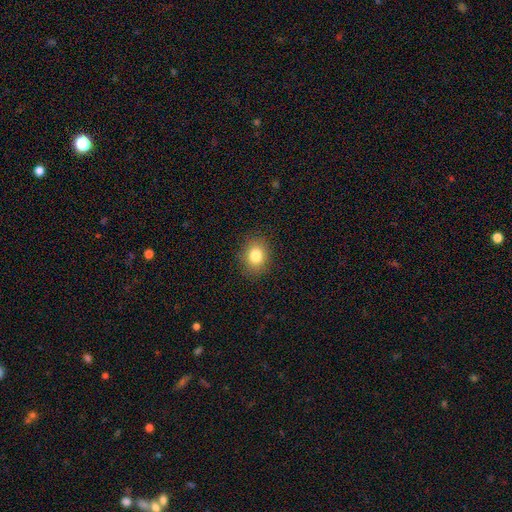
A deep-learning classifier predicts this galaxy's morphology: Overall: smooth (81%). How rounded: round (56%; in between 43%). Merging: none (88%).